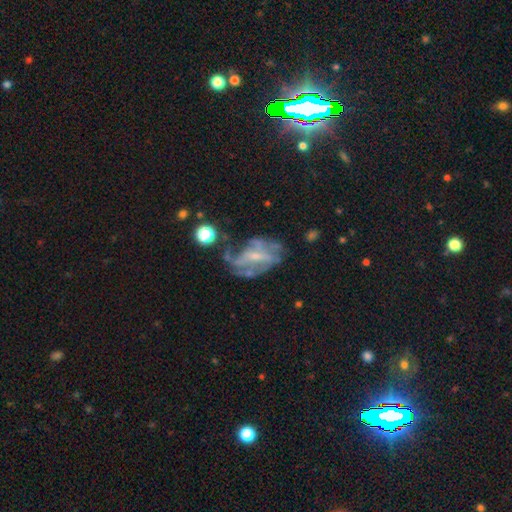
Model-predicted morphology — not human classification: featured or disk 74%, smooth 15%, star or artifact 11%. Down the decision tree: edge-on disk — no (95%); bar — weak (42%); spiral arms — yes (64%); bulge size — small (64%); merging — none (43%).